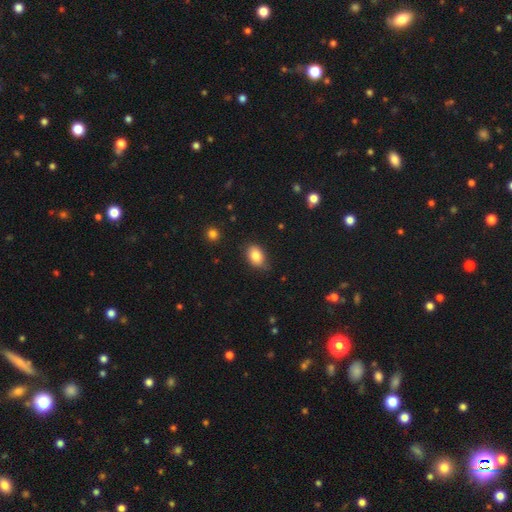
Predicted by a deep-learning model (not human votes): Smooth or featured? Predicted: smooth (p=0.84). How rounded? Predicted: in between (p=0.81). Merging? Predicted: none (p=0.75).